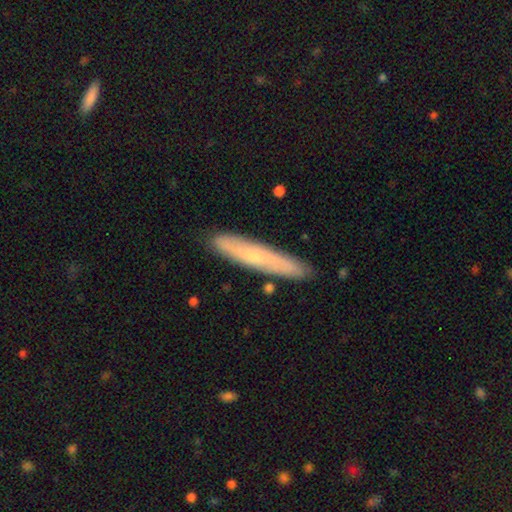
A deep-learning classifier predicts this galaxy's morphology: smooth-or-featured: smooth: 49% | featured or disk: 45% | star or artifact: 6%
  merging: none: 83% | minor disturbance: 12% | merger: 3% | major disturbance: 2%